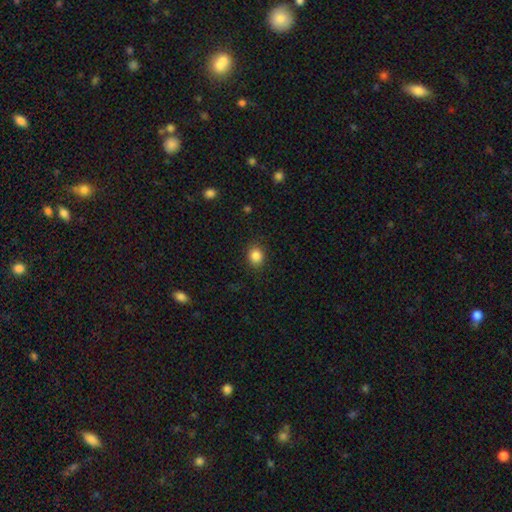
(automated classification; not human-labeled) smooth_or_featured: smooth (p=0.86) [alt: star or artifact p=0.10]
how_rounded: round (p=0.68) [alt: in between p=0.31]
merging: none (p=0.88) [alt: minor disturbance p=0.08]